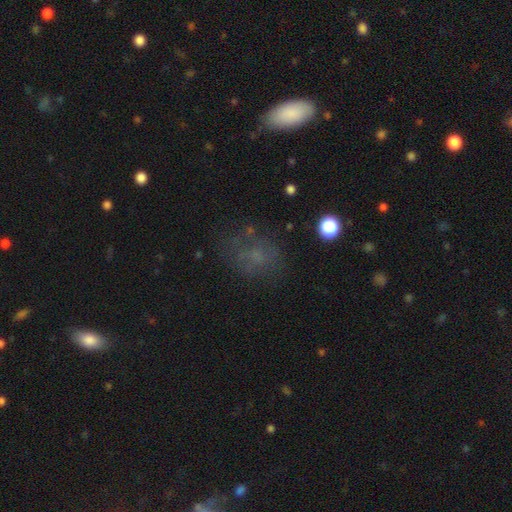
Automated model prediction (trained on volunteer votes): Smooth or featured? Predicted: smooth (p=0.53). How rounded? Predicted: in between (p=0.56). Merging? Predicted: none (p=0.59).